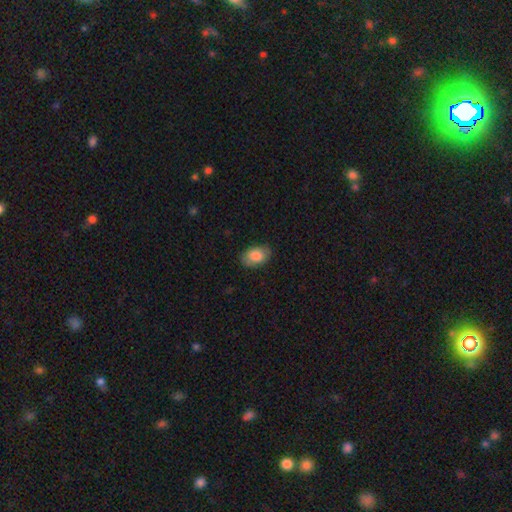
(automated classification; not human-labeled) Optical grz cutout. It shows a smooth galaxy with no disk features (84%) that is in between round and cigar-shaped (89%). Merging: none (83%).